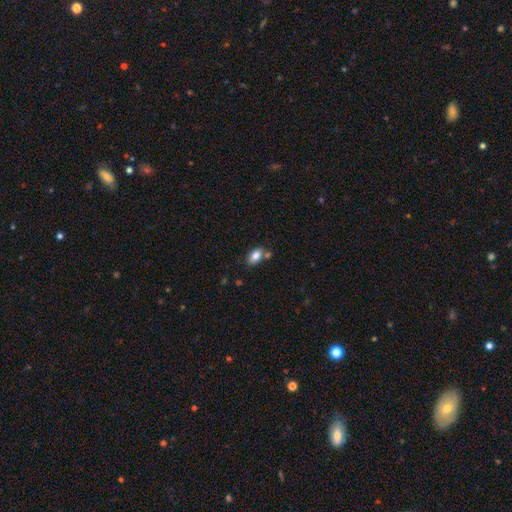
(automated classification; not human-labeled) Q: Smooth or featured?
A: smooth (83%); runner-up: featured or disk (9%)
Q: How rounded?
A: in between (89%); runner-up: round (9%)
Q: Merging?
A: none (66%); runner-up: merger (16%)